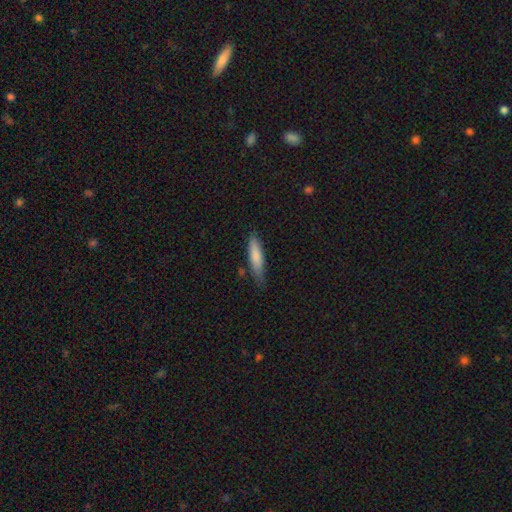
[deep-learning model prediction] smooth-or-featured: smooth: 80% | featured or disk: 14% | star or artifact: 6%
  how-rounded: cigar-shaped: 76% | in between: 23% | round: 2%
  merging: none: 73% | minor disturbance: 21% | major disturbance: 3% | merger: 3%